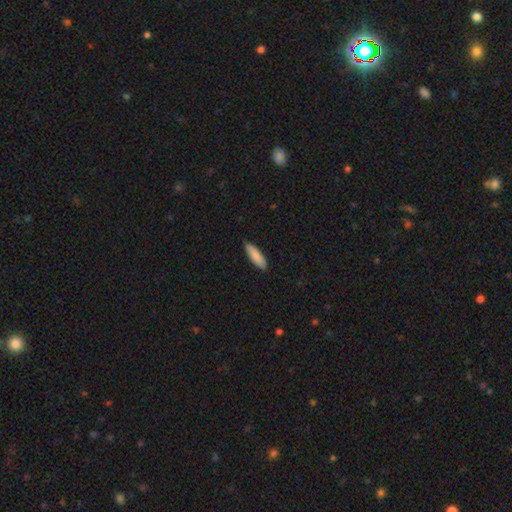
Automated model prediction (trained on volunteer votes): This appears to be a smooth galaxy with no disk features (87%) that is cigar-shaped (57%). Merging: none (87%).